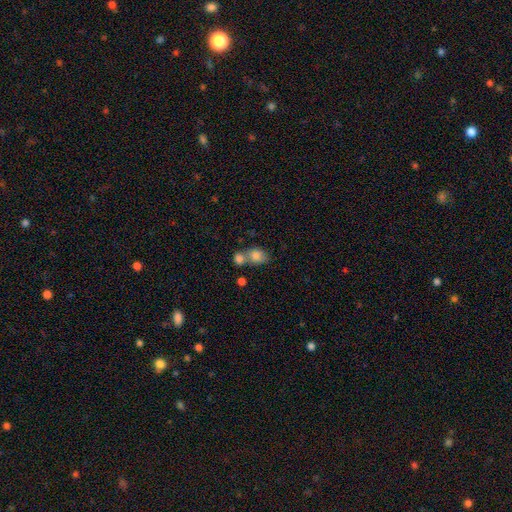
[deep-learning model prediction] smooth_or_featured: smooth (p=0.81) [alt: featured or disk p=0.11]
how_rounded: in between (p=0.58) [alt: round p=0.41]
merging: merger (p=0.53) [alt: none p=0.32]